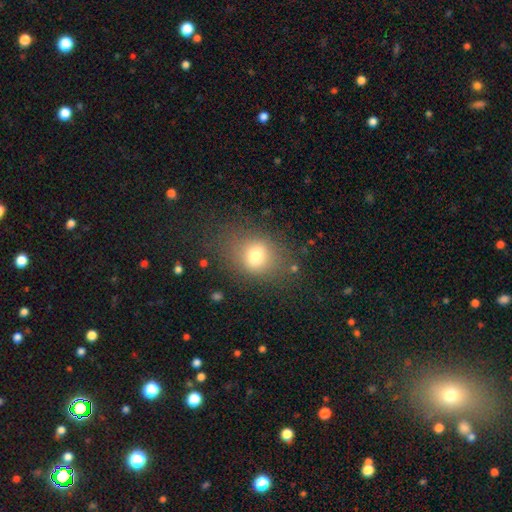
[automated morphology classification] Overall: smooth (74%). How rounded: round (54%; in between 45%). Merging: none (72%).